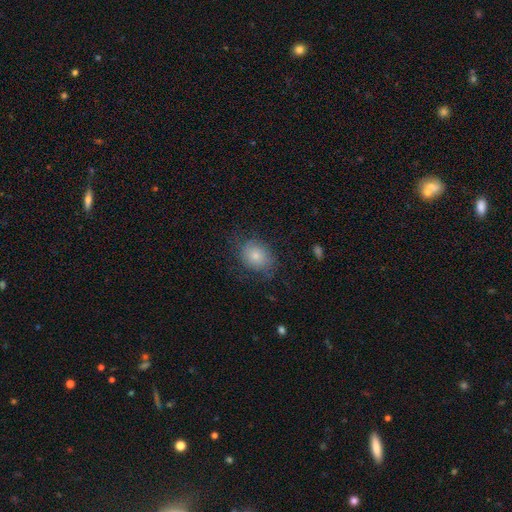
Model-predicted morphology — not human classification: This is likely a smooth galaxy (76%). How rounded: possibly round (50%). Merging: likely none (69%).